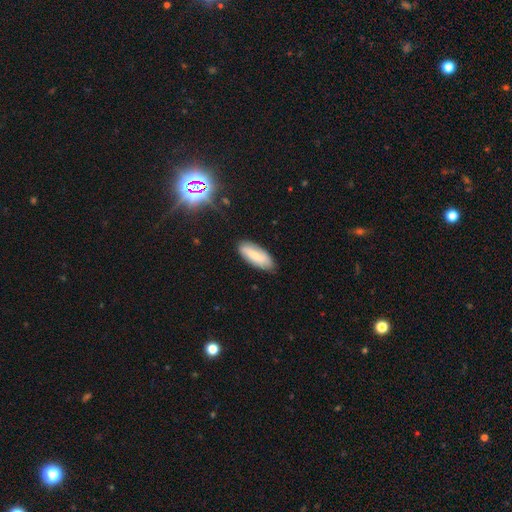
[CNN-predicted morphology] Smooth or featured?
  - smooth: 74% *
  - featured or disk: 19%
  - star or artifact: 7%
How rounded?
  - in between: 72% *
  - cigar-shaped: 26%
  - round: 2%
Merging?
  - none: 82% *
  - minor disturbance: 14%
  - major disturbance: 3%
  - merger: 1%